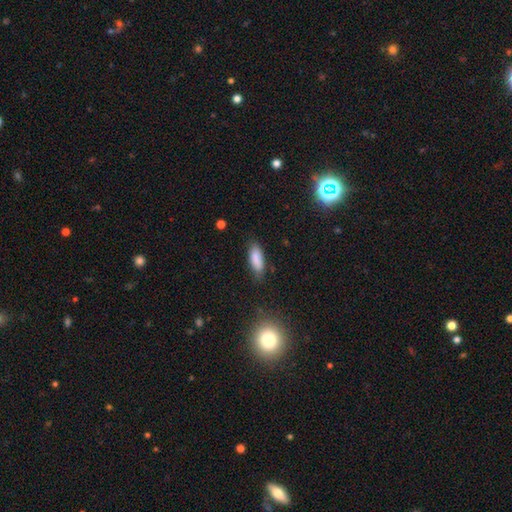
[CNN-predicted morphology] smooth 85%, star or artifact 8%, featured or disk 7%. Down the decision tree: how rounded — in between (69%); merging — none (80%).